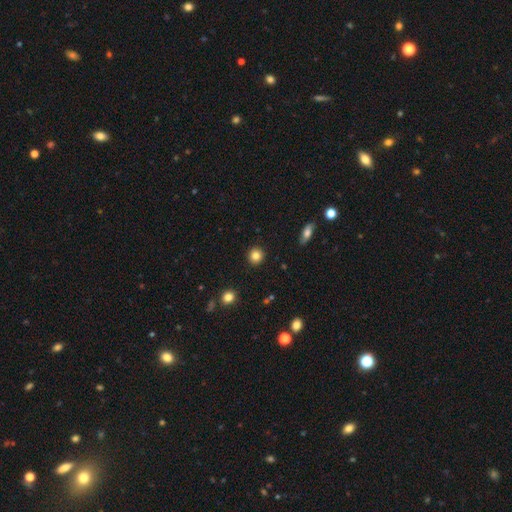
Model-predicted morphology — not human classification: smooth_or_featured: smooth (p=0.85) [alt: star or artifact p=0.10]
how_rounded: round (p=0.91) [alt: in between p=0.08]
merging: none (p=0.92) [alt: minor disturbance p=0.05]